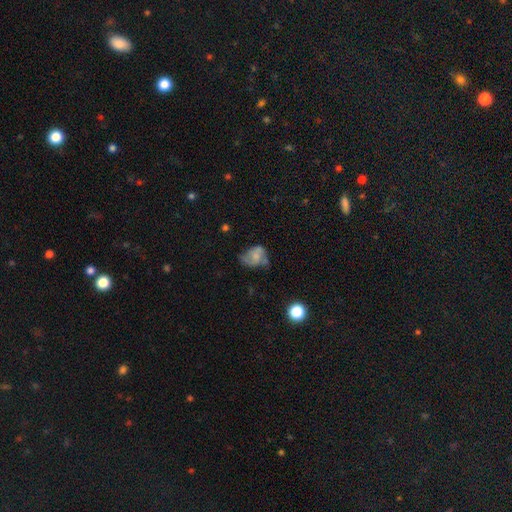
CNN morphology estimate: Smooth or featured?
  - smooth: 50% *
  - featured or disk: 40%
  - star or artifact: 10%
How rounded?
  - in between: 68% *
  - round: 30%
  - cigar-shaped: 1%
Merging?
  - none: 37% *
  - minor disturbance: 33%
  - major disturbance: 22%
  - merger: 8%